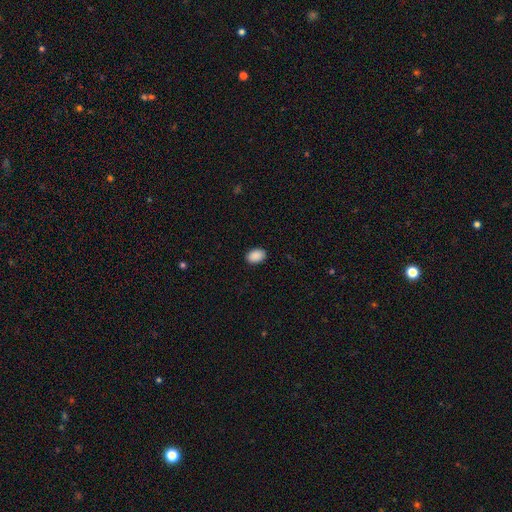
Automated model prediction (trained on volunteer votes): A smooth galaxy with no disk features (90%) that is in between round and cigar-shaped (86%). Merging: none (90%).